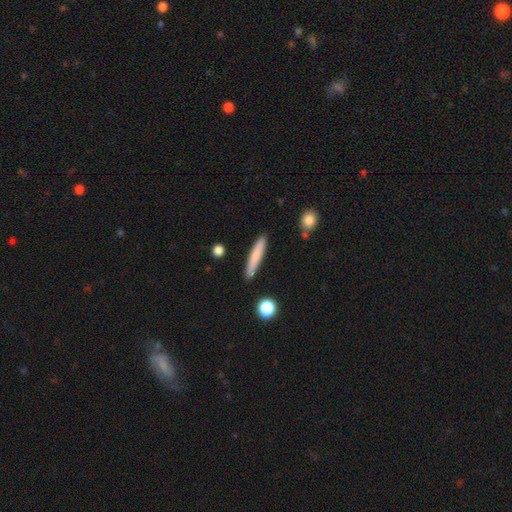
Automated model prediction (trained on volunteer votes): Smooth or featured? smooth (75%)
How rounded? cigar-shaped (93%)
Merging? none (88%)